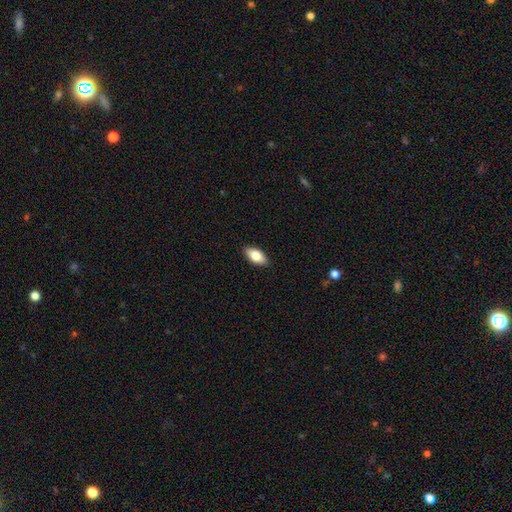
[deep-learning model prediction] Smooth or featured? Predicted: smooth (p=0.76). How rounded? Predicted: in between (p=0.89). Merging? Predicted: none (p=0.89).